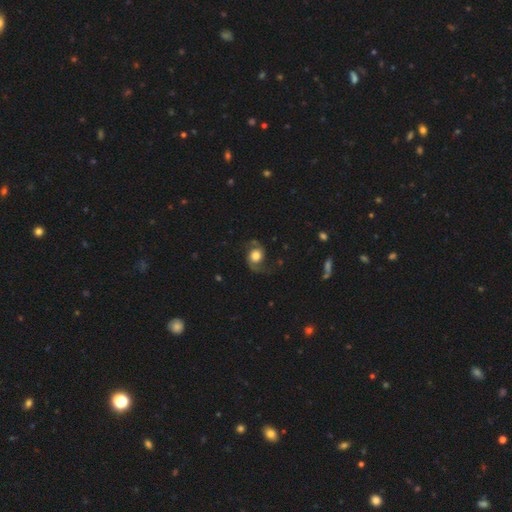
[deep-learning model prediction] smooth_or_featured: featured or disk (p=0.68) [alt: smooth p=0.25]
disk_edge_on: no (p=0.97) [alt: yes p=0.03]
bar: no (p=0.74) [alt: weak p=0.22]
has_spiral_arms: yes (p=0.92) [alt: no p=0.08]
spiral_winding: loose (p=0.56) [alt: medium p=0.36]
spiral_arm_count: 2 (p=0.90) [alt: 1 p=0.05]
bulge_size: large (p=0.44) [alt: moderate p=0.40]
merging: none (p=0.67) [alt: minor disturbance p=0.17]